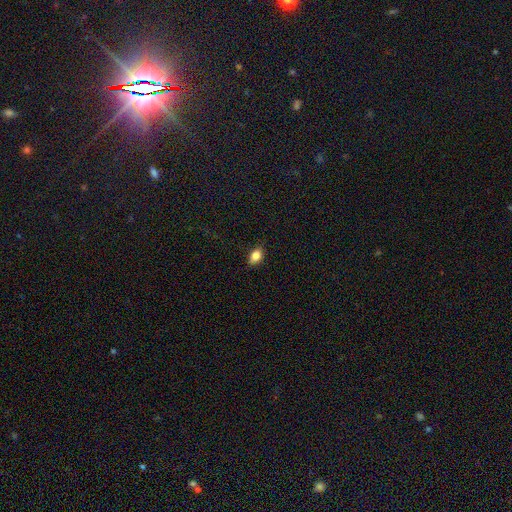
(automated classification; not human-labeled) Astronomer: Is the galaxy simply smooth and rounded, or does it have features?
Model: smooth — 84%.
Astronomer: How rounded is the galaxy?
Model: in between — 78%.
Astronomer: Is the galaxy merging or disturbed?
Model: none — 80%.